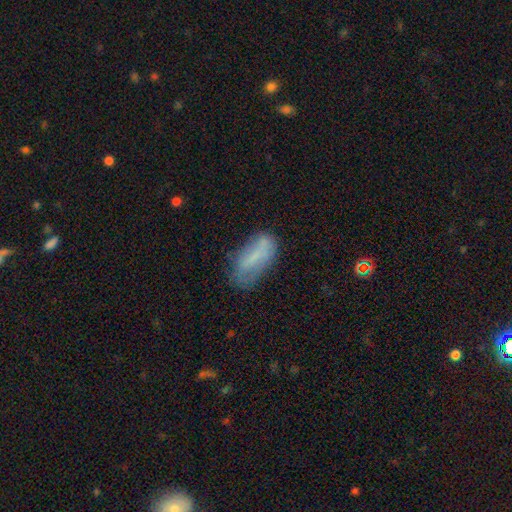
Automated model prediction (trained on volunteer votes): Overall: smooth (65%; featured or disk 25%). How rounded: in between (81%). Merging: none (51%; minor disturbance 31%).